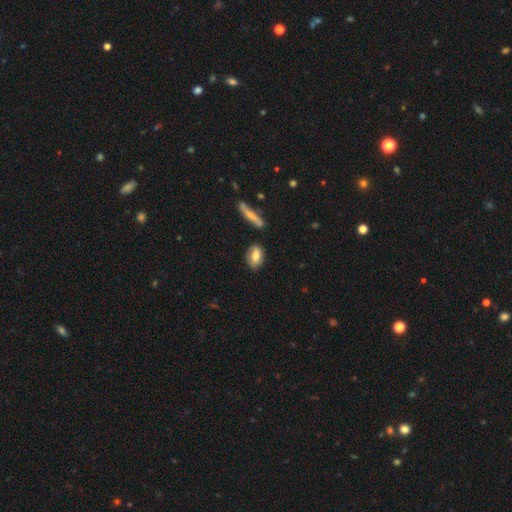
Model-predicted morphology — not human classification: smooth 71%, featured or disk 22%, star or artifact 7%. Down the decision tree: how rounded — in between (83%); merging — none (77%).